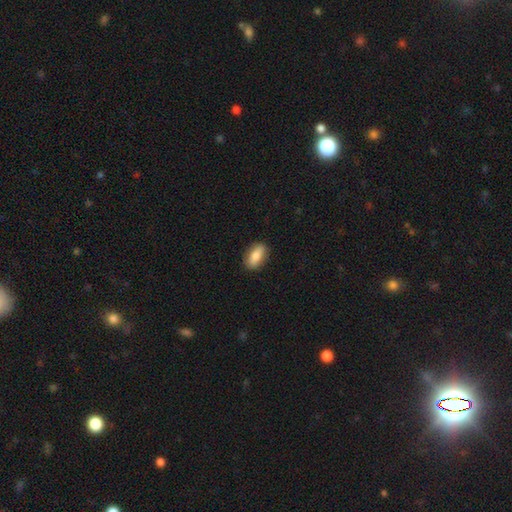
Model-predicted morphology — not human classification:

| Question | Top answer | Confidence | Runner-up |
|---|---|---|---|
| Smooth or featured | smooth | 80% | featured or disk (13%) |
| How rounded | in between | 85% | cigar-shaped (9%) |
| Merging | none | 87% | minor disturbance (10%) |